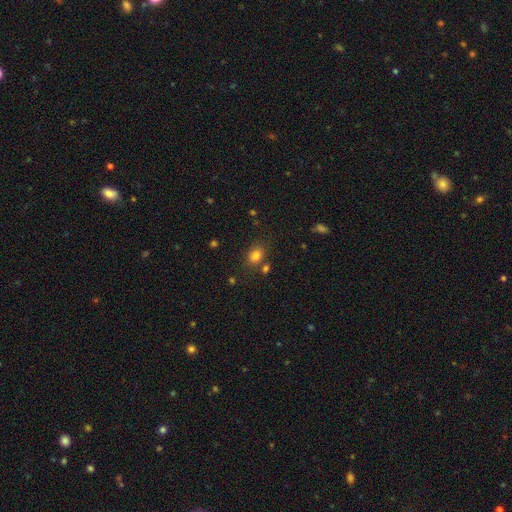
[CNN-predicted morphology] This appears to be a smooth galaxy with no disk features (81%) that is in between round and cigar-shaped (67%). Merging: none (72%).